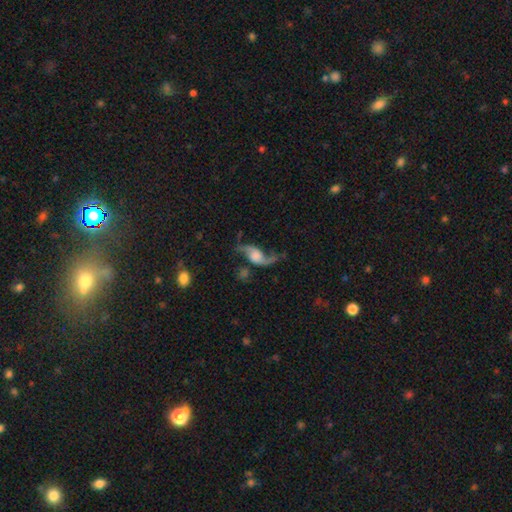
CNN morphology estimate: Smooth or featured: featured or disk — 81% (smooth — 12%)
Edge-on disk: no — 92% (yes — 8%)
Bar: no — 61% (weak — 30%)
Spiral arms: yes — 94% (no — 6%)
Spiral winding: loose — 89% (medium — 9%)
Spiral arm count: 2 — 92% (1 — 3%)
Bulge size: large — 30% (none — 28%)
Merging: none — 58% (minor disturbance — 18%)